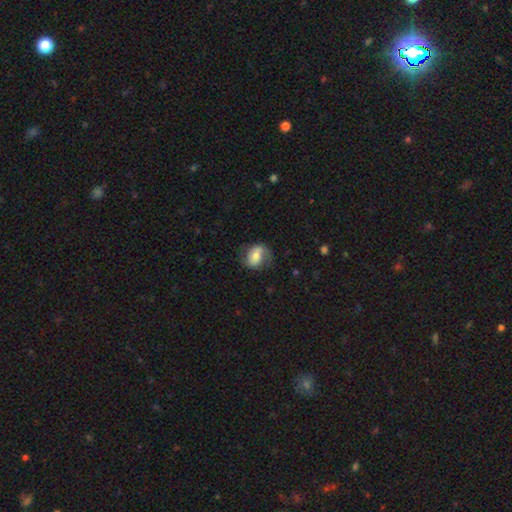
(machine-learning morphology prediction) Smooth or featured?
  - featured or disk: 46% * (tied)
  - smooth: 46% * (tied)
  - star or artifact: 7%
Merging?
  - none: 59% *
  - minor disturbance: 24%
  - major disturbance: 15%
  - merger: 1%